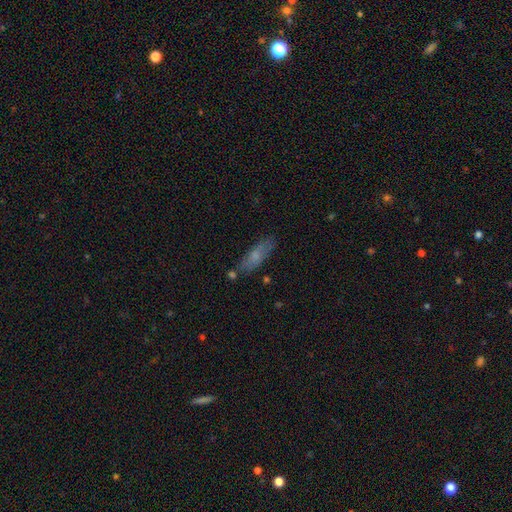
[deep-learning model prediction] Smooth or featured? smooth (65%)
How rounded? cigar-shaped (51%)
Merging? none (67%)